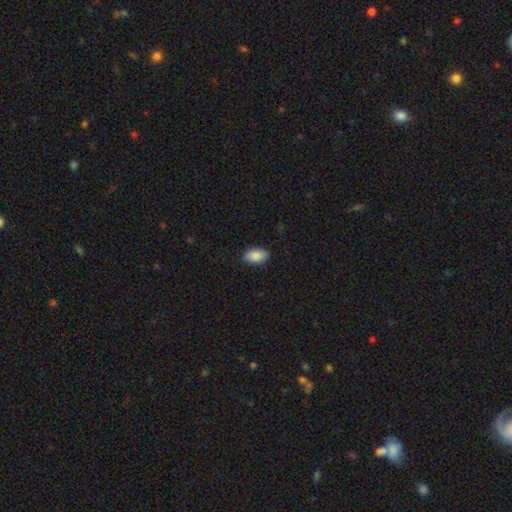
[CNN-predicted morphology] Smooth or featured?
  - smooth: 89% *
  - star or artifact: 7%
  - featured or disk: 4%
How rounded?
  - in between: 93% *
  - round: 5%
  - cigar-shaped: 2%
Merging?
  - none: 87% *
  - minor disturbance: 10%
  - major disturbance: 2%
  - merger: 1%